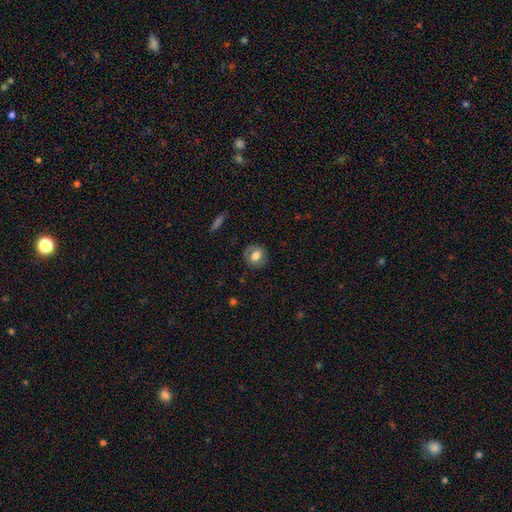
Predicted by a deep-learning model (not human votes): smooth_or_featured: smooth (p=0.72) [alt: featured or disk p=0.20]
how_rounded: round (p=0.81) [alt: in between p=0.18]
merging: none (p=0.85) [alt: minor disturbance p=0.11]